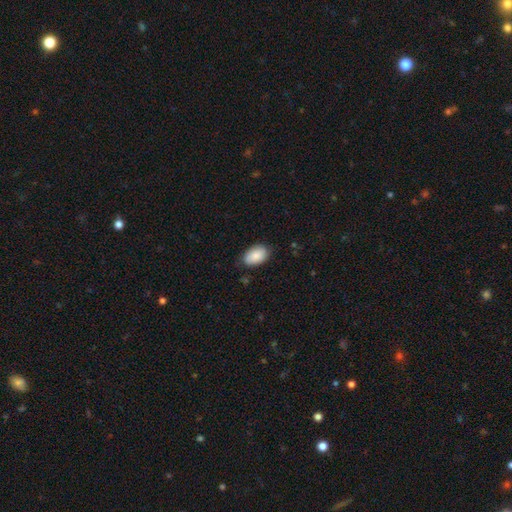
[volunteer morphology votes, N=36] smooth-or-featured: smooth: 83% | featured or disk: 14% | star or artifact: 3%
  how-rounded: in between: 93% | round: 7% | cigar-shaped: 0%
  merging: none: 71% | minor disturbance: 23% | major disturbance: 6% | merger: 0%